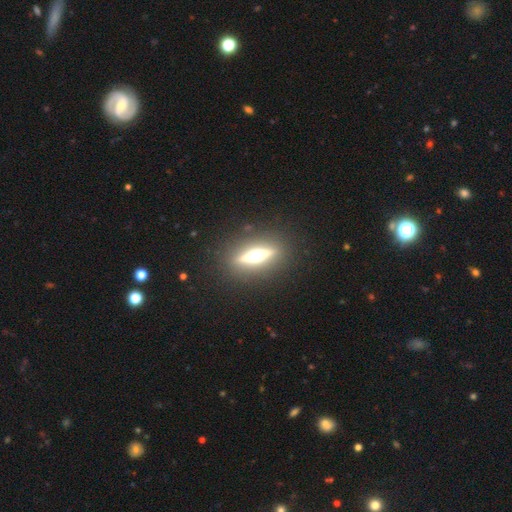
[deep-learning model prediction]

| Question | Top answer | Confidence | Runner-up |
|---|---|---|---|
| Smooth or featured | featured or disk | 76% | smooth (16%) |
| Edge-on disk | yes | 94% | no (6%) |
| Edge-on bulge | rounded | 94% | boxy (4%) |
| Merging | none | 89% | minor disturbance (7%) |